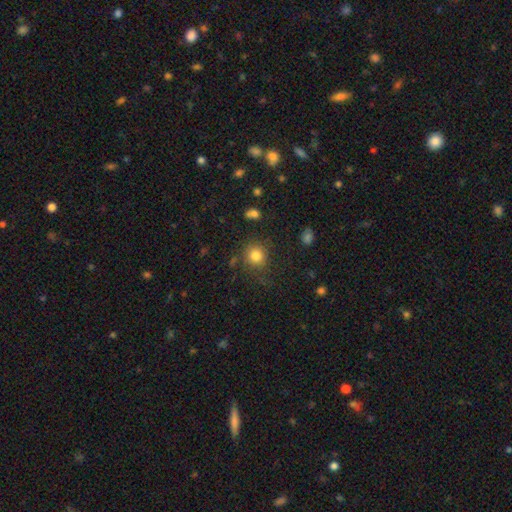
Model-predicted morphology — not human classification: A smooth galaxy with no disk features (81%) that is round (88%).

Vote fractions:
- Smooth or featured? smooth: 81% / star or artifact: 13% / featured or disk: 6%
- How rounded? round: 88% / in between: 11% / cigar-shaped: 1%
- Merging? none: 79% / minor disturbance: 12% / major disturbance: 6% / merger: 3%